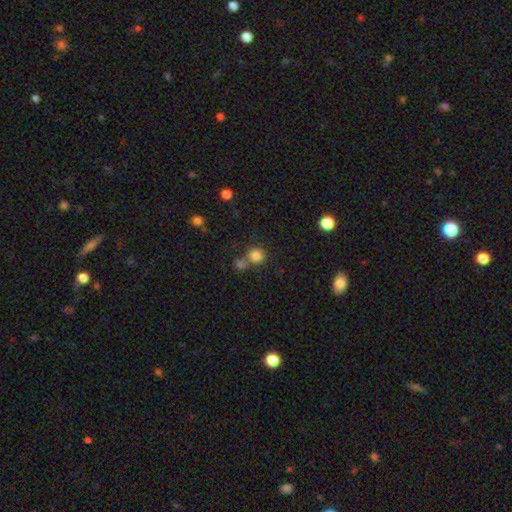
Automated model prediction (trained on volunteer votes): A smooth galaxy with no disk features (81%) that is round (90%).

Vote fractions:
- Smooth or featured? smooth: 81% / star or artifact: 13% / featured or disk: 6%
- How rounded? round: 90% / in between: 9% / cigar-shaped: 1%
- Merging? none: 61% / merger: 28% / minor disturbance: 8% / major disturbance: 3%